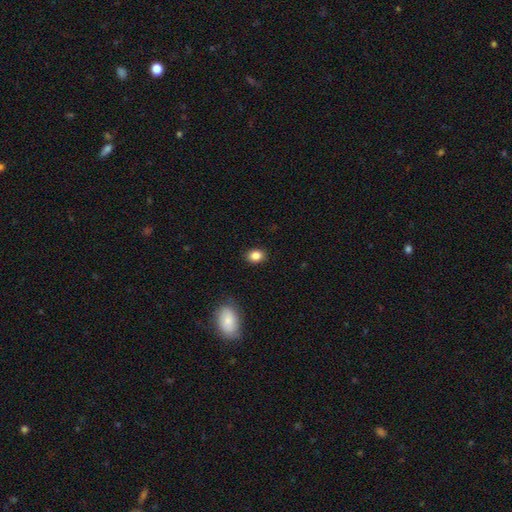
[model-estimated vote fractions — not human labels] A smooth galaxy with no disk features (85%) that is in between round and cigar-shaped (56%).

Vote fractions:
- Smooth or featured? smooth: 85% / star or artifact: 10% / featured or disk: 5%
- How rounded? in between: 56% / round: 43% / cigar-shaped: 1%
- Merging? none: 88% / minor disturbance: 9% / major disturbance: 2% / merger: 1%